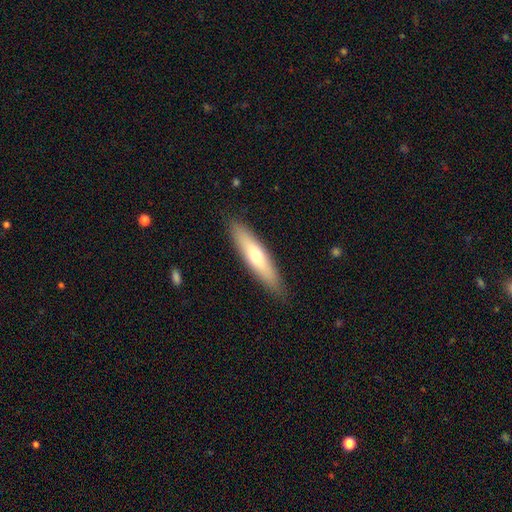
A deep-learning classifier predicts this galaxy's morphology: smooth-or-featured: smooth: 58% | featured or disk: 37% | star or artifact: 6%
  how-rounded: cigar-shaped: 76% | in between: 22% | round: 2%
  merging: none: 88% | minor disturbance: 9% | major disturbance: 2% | merger: 1%